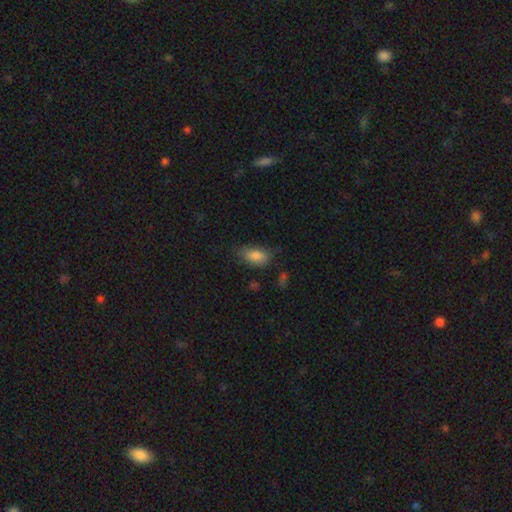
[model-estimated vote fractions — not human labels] The model was most divided on "merging": none: 69%, minor disturbance: 23%, major disturbance: 6%, merger: 2%. More confident: how rounded — in between (90%); smooth or featured — smooth (84%).